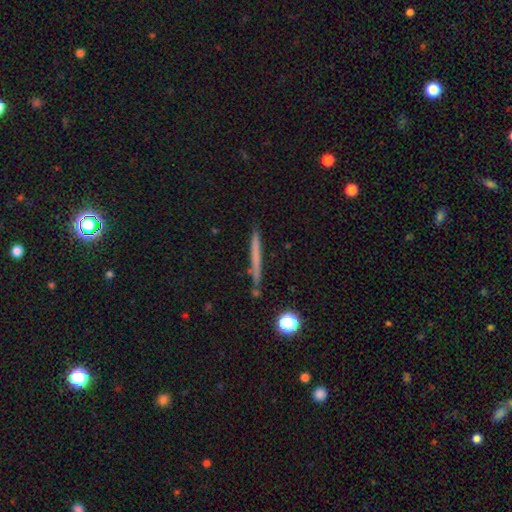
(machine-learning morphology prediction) A smooth galaxy with no disk features (56%) that is cigar-shaped (96%). Merging: none (87%).